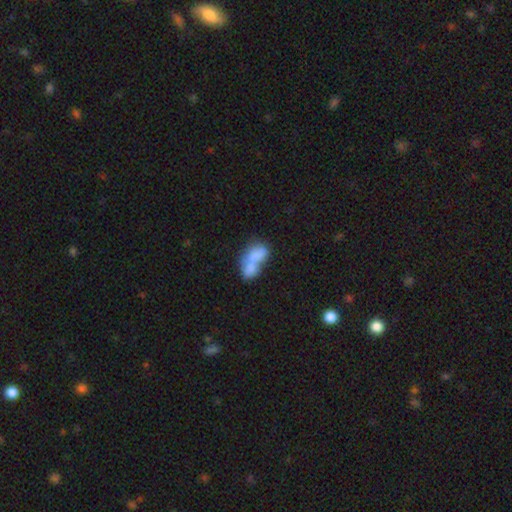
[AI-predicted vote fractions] A smooth galaxy with no disk features (72%) that is in between round and cigar-shaped (85%).

Vote fractions:
- Smooth or featured? smooth: 72% / featured or disk: 21% / star or artifact: 8%
- How rounded? in between: 85% / round: 10% / cigar-shaped: 4%
- Merging? merger: 73% / none: 13% / minor disturbance: 7% / major disturbance: 7%